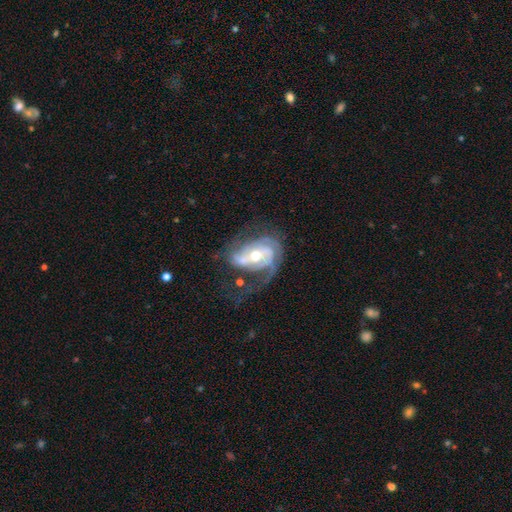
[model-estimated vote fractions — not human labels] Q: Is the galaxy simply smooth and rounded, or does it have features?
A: featured or disk — 87%.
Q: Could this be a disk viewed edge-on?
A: no — 97%.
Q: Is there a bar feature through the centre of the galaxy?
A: weak — 39%.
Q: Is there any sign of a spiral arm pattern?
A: yes — 94%.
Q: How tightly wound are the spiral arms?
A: medium — 42%.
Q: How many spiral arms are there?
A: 2 — 40%.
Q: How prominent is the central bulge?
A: moderate — 66%.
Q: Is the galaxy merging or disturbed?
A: none — 41%.